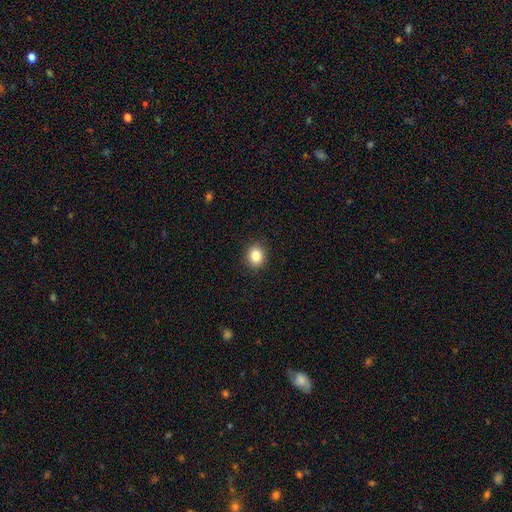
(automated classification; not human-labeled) A smooth galaxy with no disk features (84%) that is round (68%). Merging: none (91%).